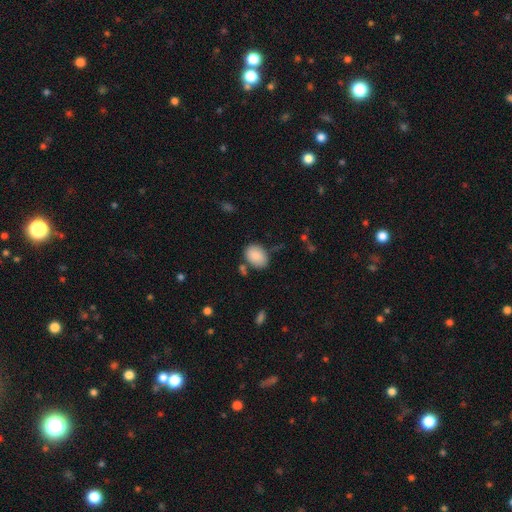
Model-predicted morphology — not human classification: The model was most divided on "merging": none: 71%, minor disturbance: 18%, merger: 7%, major disturbance: 4%. More confident: smooth or featured — smooth (87%); how rounded — in between (80%).